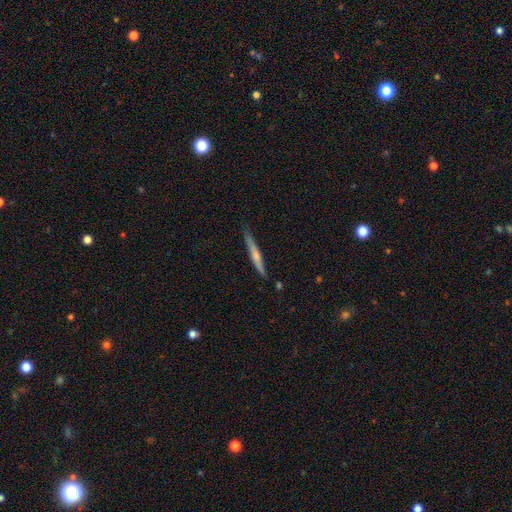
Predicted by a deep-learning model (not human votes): Smooth or featured: featured or disk — 47% (tied with smooth — 47%)
Merging: none — 83% (minor disturbance — 13%)